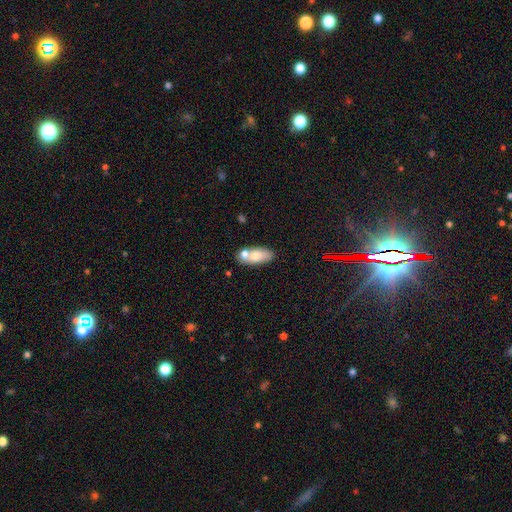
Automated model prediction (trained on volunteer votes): Smooth or featured? smooth (73%)
How rounded? in between (82%)
Merging? none (51%)